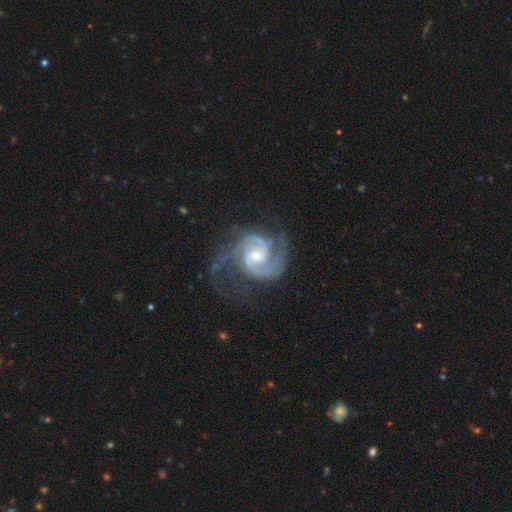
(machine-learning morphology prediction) smooth_or_featured: featured or disk (p=0.93) [alt: star or artifact p=0.04]
disk_edge_on: no (p=0.98) [alt: yes p=0.02]
bar: no (p=0.48) [alt: weak p=0.42]
has_spiral_arms: yes (p=0.98) [alt: no p=0.02]
spiral_winding: medium (p=0.54) [alt: tight p=0.35]
spiral_arm_count: 2 (p=0.79) [alt: 3 p=0.09]
bulge_size: small (p=0.52) [alt: moderate p=0.45]
merging: none (p=0.62) [alt: minor disturbance p=0.20]